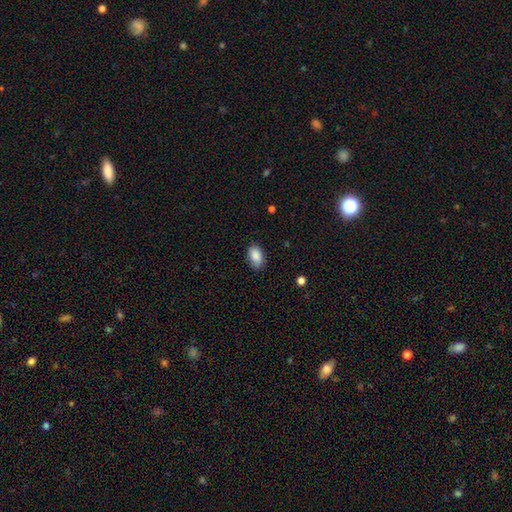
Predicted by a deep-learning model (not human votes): Morphology: type=smooth (88%); roundness=in between (92%); merging=none (81%).